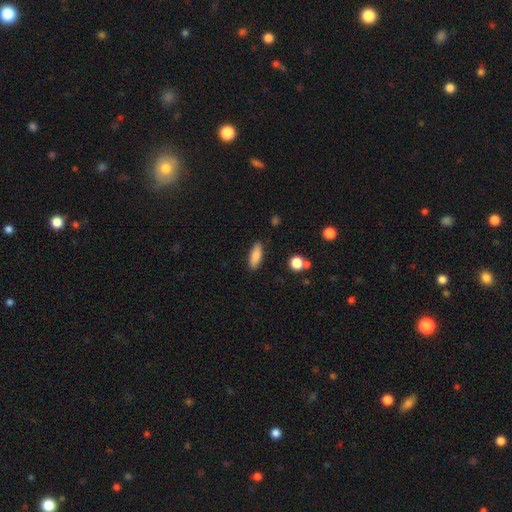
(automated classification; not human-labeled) Smooth or featured? smooth (84%)
How rounded? in between (64%)
Merging? none (86%)